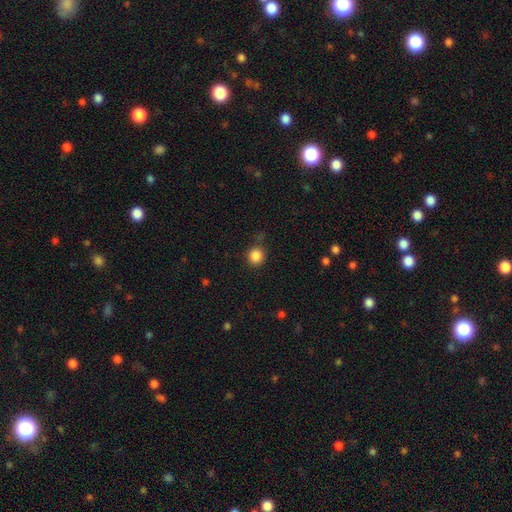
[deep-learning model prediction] This appears to be a smooth galaxy with no disk features (86%) that is round (91%). Merging: none (83%).